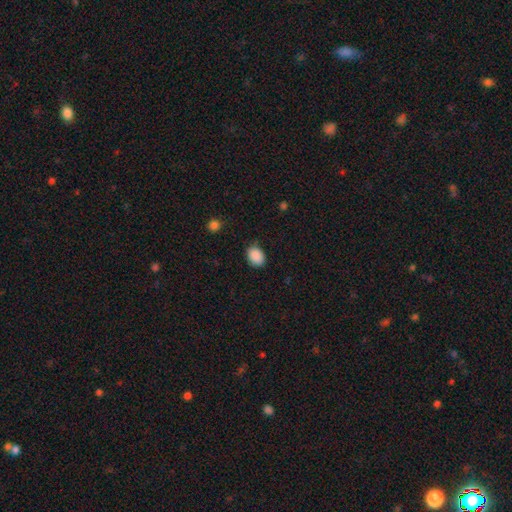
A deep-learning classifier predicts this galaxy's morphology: type=smooth (89%); roundness=in between (67%); merging=none (79%).